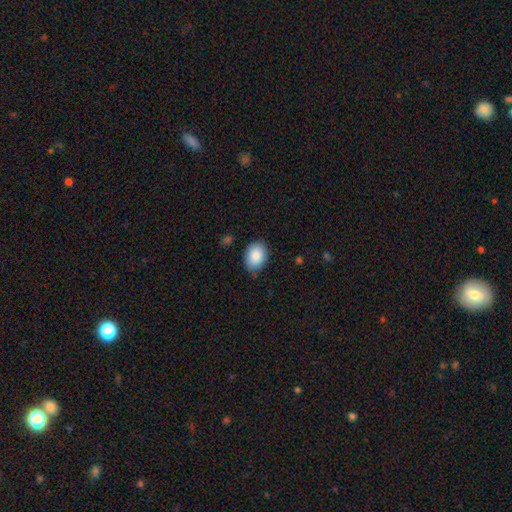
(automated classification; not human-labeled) A smooth galaxy with no disk features (88%) that is in between round and cigar-shaped (74%).

Vote fractions:
- Smooth or featured? smooth: 88% / star or artifact: 7% / featured or disk: 5%
- How rounded? in between: 74% / round: 25% / cigar-shaped: 1%
- Merging? none: 80% / minor disturbance: 16% / major disturbance: 3% / merger: 1%